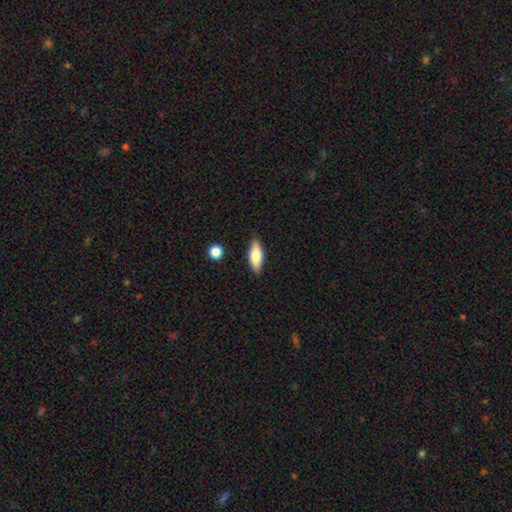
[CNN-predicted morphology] This appears to be a smooth galaxy with no disk features (73%) that is in between round and cigar-shaped (72%). Merging: none (85%).